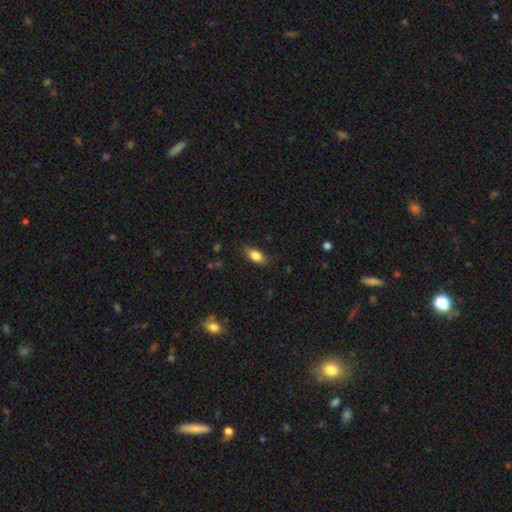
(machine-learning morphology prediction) Smooth or featured?
  - smooth: 82% *
  - featured or disk: 11%
  - star or artifact: 8%
How rounded?
  - in between: 85% *
  - cigar-shaped: 8%
  - round: 7%
Merging?
  - none: 79% *
  - minor disturbance: 16%
  - major disturbance: 4%
  - merger: 1%